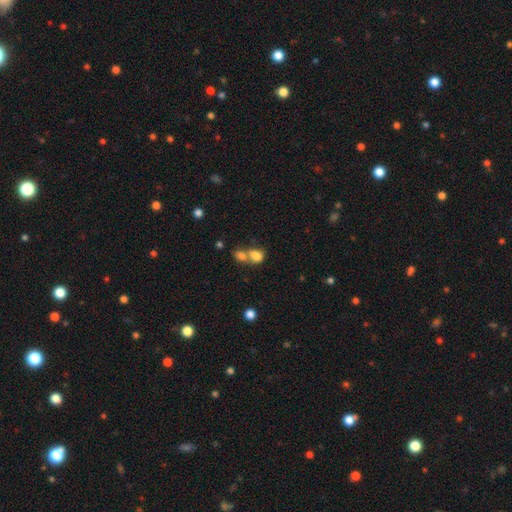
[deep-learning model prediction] smooth 79%, star or artifact 11%, featured or disk 10%. Down the decision tree: how rounded — in between (68%); merging — merger (62%).